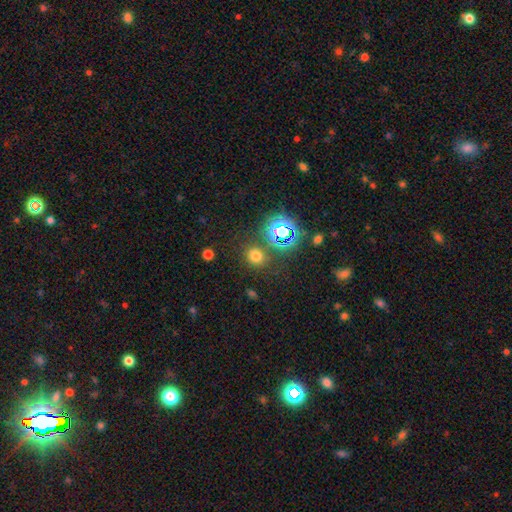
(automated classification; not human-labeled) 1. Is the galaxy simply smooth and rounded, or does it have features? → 66% smooth, 28% star or artifact, 6% featured or disk.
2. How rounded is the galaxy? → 77% round, 21% in between, 1% cigar-shaped.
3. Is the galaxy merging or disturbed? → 81% none, 9% minor disturbance, 6% merger, 4% major disturbance.